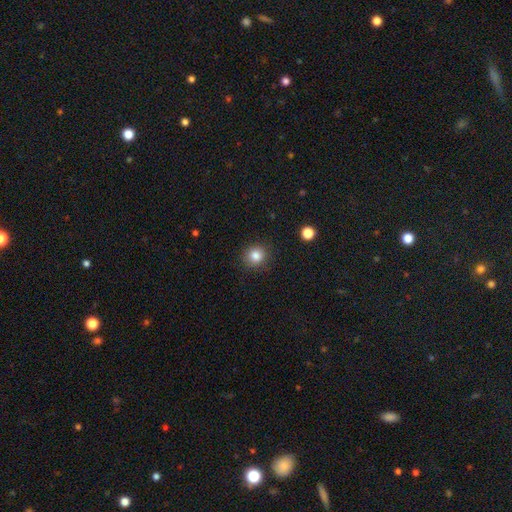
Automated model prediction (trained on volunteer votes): smooth_or_featured: smooth (p=0.83) [alt: star or artifact p=0.11]
how_rounded: round (p=0.88) [alt: in between p=0.11]
merging: none (p=0.89) [alt: minor disturbance p=0.08]